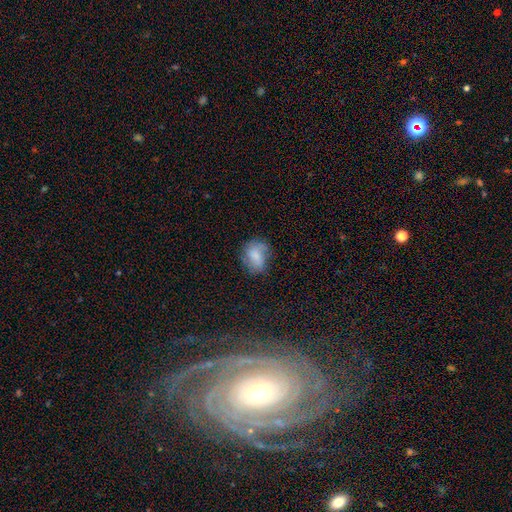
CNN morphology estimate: Overall: smooth (69%). How rounded: in between (58%; round 41%). Merging: none (57%; minor disturbance 28%).